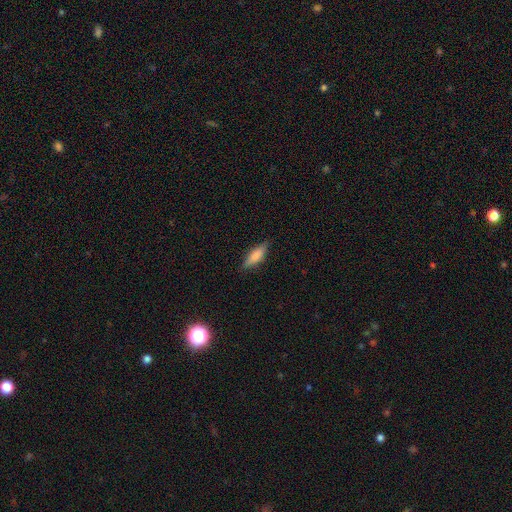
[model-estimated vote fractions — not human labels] This is likely a smooth galaxy (76%). How rounded: possibly cigar-shaped (51%). Merging: clearly none (83%).